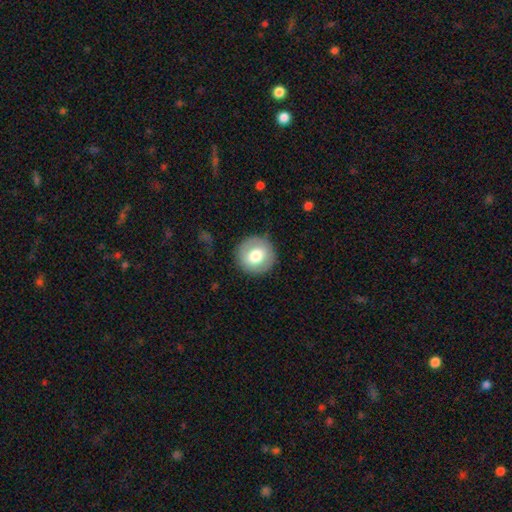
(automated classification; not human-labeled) A smooth galaxy with no disk features (69%) that is round (94%).

Vote fractions:
- Smooth or featured? smooth: 69% / featured or disk: 24% / star or artifact: 7%
- How rounded? round: 94% / in between: 5% / cigar-shaped: 1%
- Merging? none: 87% / minor disturbance: 8% / major disturbance: 3% / merger: 1%